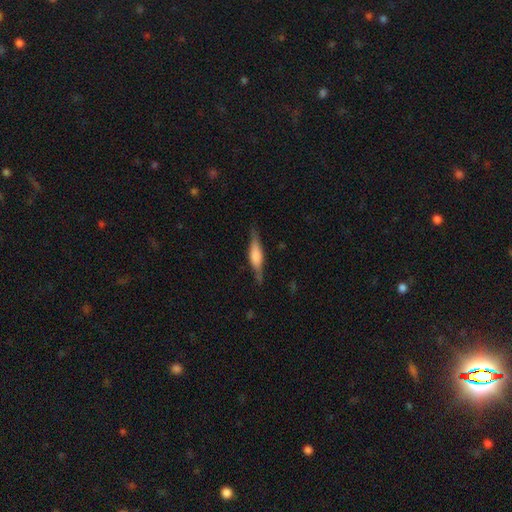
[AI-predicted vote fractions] Overall: featured or disk (56%; smooth 37%). Edge-on disk: yes (95%). Edge-on bulge: rounded (51%; boxy 43%). Merging: none (81%).